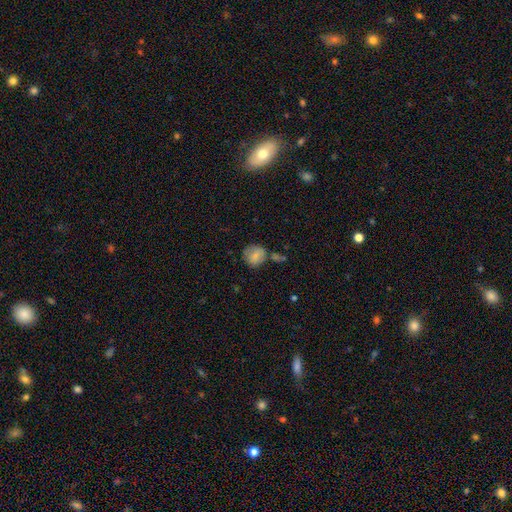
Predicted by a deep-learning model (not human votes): Q: Smooth or featured?
A: smooth (79%); runner-up: featured or disk (13%)
Q: How rounded?
A: round (82%); runner-up: in between (17%)
Q: Merging?
A: none (63%); runner-up: minor disturbance (19%)